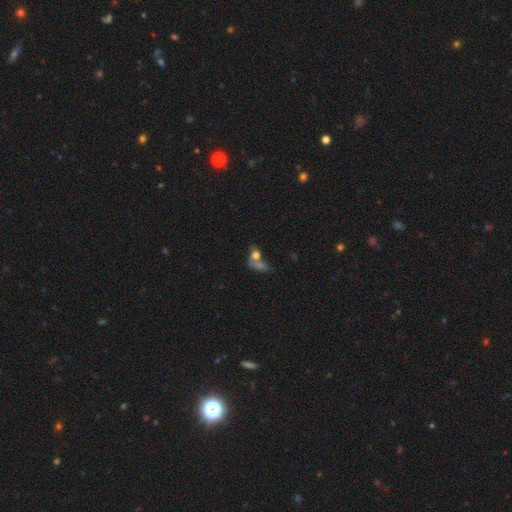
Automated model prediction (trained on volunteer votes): This appears to be a smooth galaxy with no disk features (63%) that is in between round and cigar-shaped (61%). Merging: merger (60%).